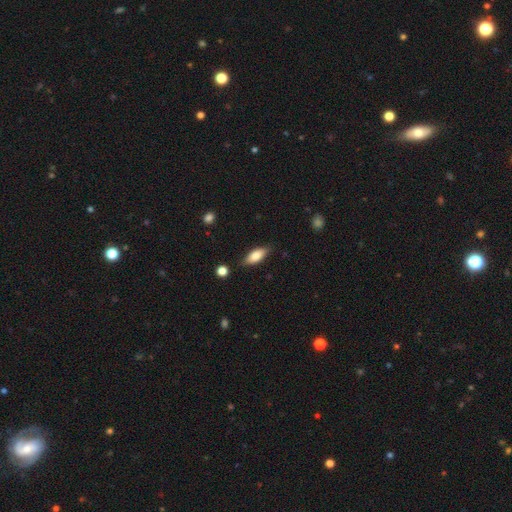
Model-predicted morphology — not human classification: A smooth galaxy with no disk features (75%) that is in between round and cigar-shaped (78%).

Vote fractions:
- Smooth or featured? smooth: 75% / featured or disk: 19% / star or artifact: 7%
- How rounded? in between: 78% / cigar-shaped: 20% / round: 3%
- Merging? none: 81% / minor disturbance: 14% / major disturbance: 3% / merger: 2%